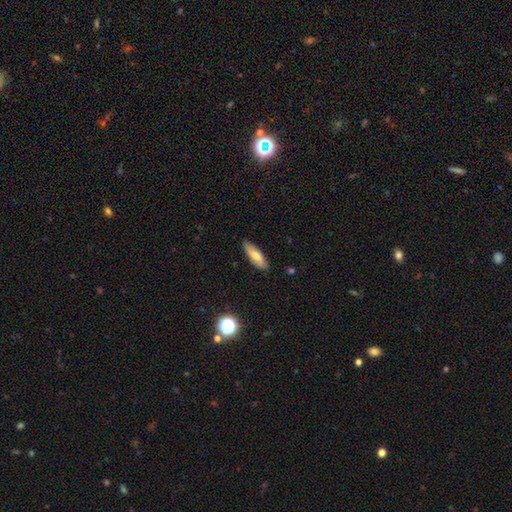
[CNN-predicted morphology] A smooth galaxy with no disk features (68%) that is in between round and cigar-shaped (56%).

Vote fractions:
- Smooth or featured? smooth: 68% / featured or disk: 25% / star or artifact: 7%
- How rounded? in between: 56% / cigar-shaped: 42% / round: 2%
- Merging? none: 84% / minor disturbance: 13% / major disturbance: 2% / merger: 1%